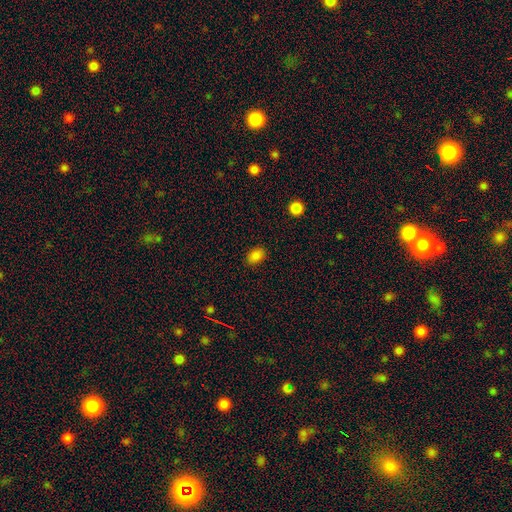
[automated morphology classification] Q: Smooth or featured?
A: smooth (85%); runner-up: star or artifact (12%)
Q: How rounded?
A: in between (78%); runner-up: round (20%)
Q: Merging?
A: none (88%); runner-up: minor disturbance (9%)